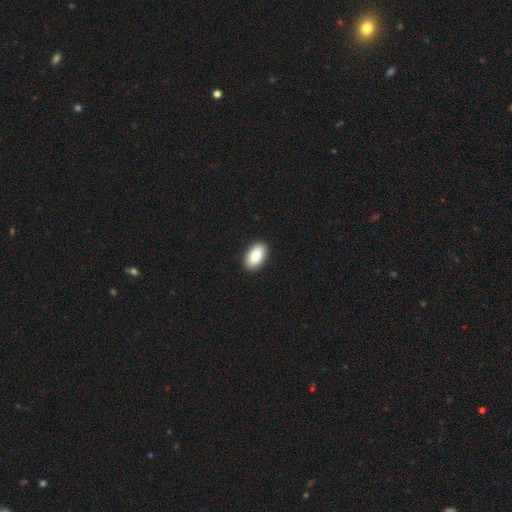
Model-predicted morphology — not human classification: A smooth galaxy with no disk features (90%) that is in between round and cigar-shaped (95%). Merging: none (91%).